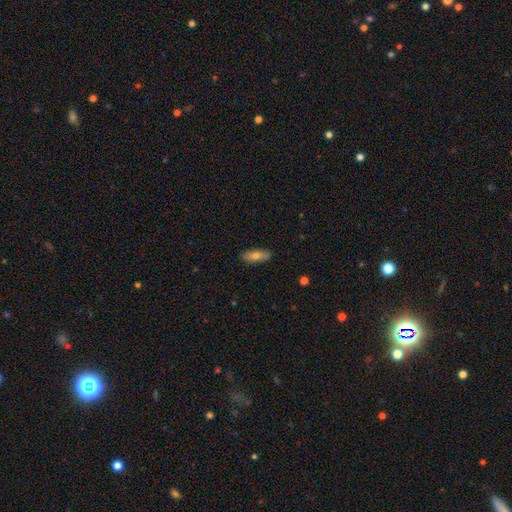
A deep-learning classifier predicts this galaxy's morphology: Smooth or featured? Predicted: smooth (p=0.70). How rounded? Predicted: in between (p=0.62). Merging? Predicted: none (p=0.87).